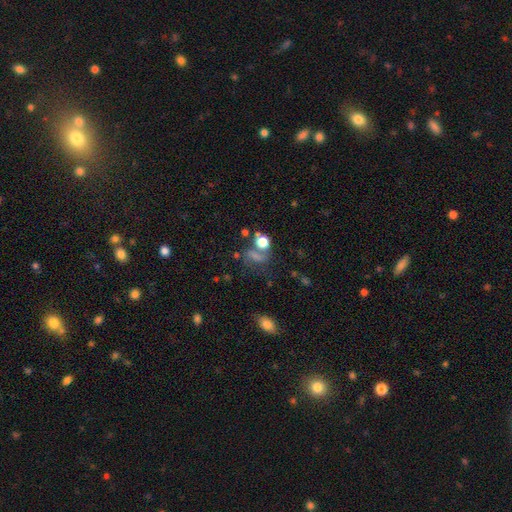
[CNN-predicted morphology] A smooth galaxy with no disk features (42%).

Vote fractions:
- Smooth or featured? smooth: 42% / star or artifact: 39% / featured or disk: 20%
- Merging? none: 47% / major disturbance: 19% / merger: 18% / minor disturbance: 16%